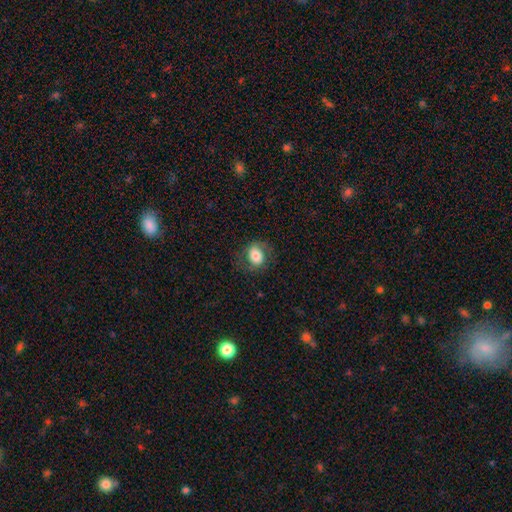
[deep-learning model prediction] smooth_or_featured: smooth (p=0.70) [alt: featured or disk p=0.22]
how_rounded: in between (p=0.56) [alt: round p=0.43]
merging: none (p=0.71) [alt: minor disturbance p=0.17]